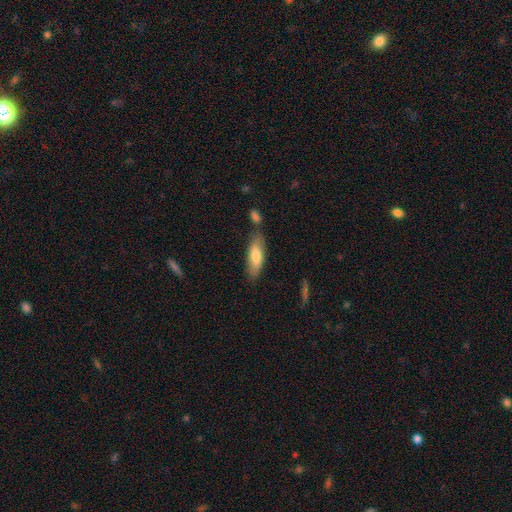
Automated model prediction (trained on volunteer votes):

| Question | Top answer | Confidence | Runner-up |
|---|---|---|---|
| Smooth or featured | smooth | 72% | featured or disk (22%) |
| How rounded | in between | 52% | cigar-shaped (46%) |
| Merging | none | 70% | minor disturbance (16%) |